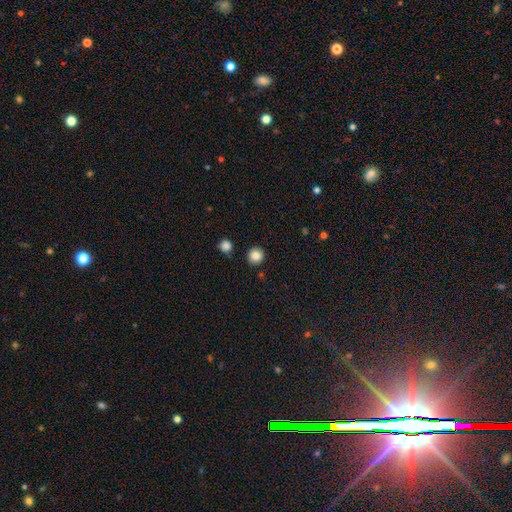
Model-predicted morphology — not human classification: Overall: smooth (86%). How rounded: round (93%). Merging: none (88%).